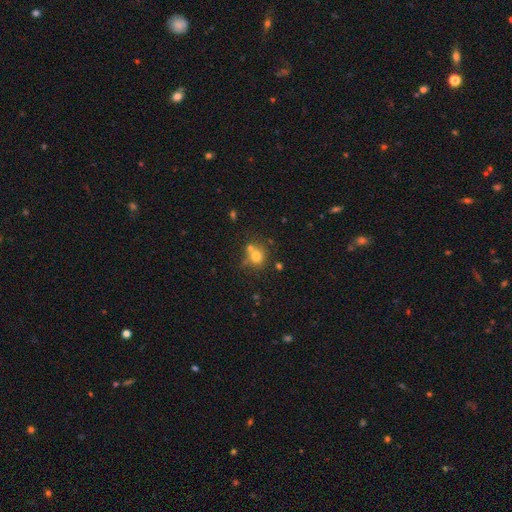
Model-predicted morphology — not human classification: Smooth or featured: smooth — 74% (star or artifact — 14%)
How rounded: round — 83% (in between — 16%)
Merging: none — 56% (merger — 28%)